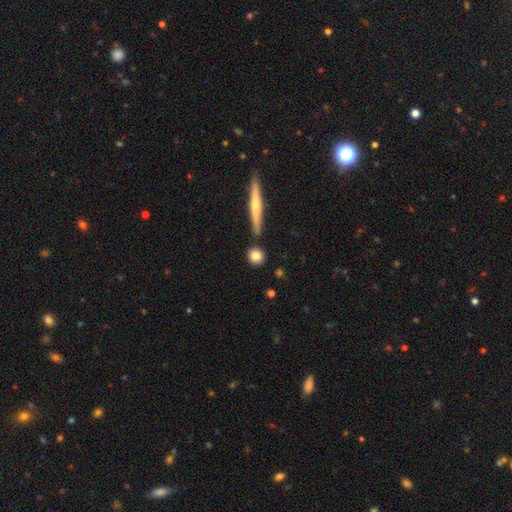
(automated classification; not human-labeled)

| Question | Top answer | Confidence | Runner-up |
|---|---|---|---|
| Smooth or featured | smooth | 80% | featured or disk (12%) |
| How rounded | round | 81% | in between (13%) |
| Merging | none | 83% | minor disturbance (8%) |